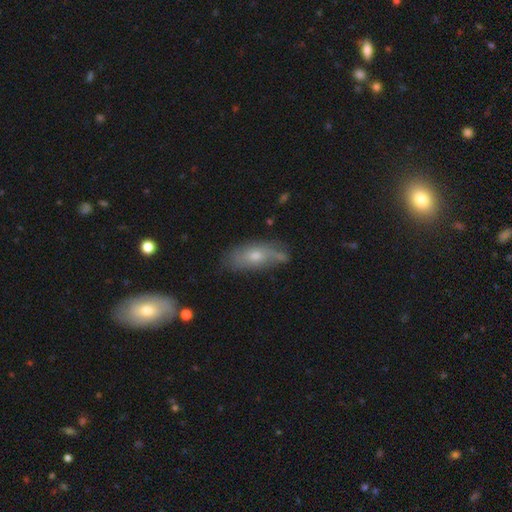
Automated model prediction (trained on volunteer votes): Smooth or featured: smooth — 53% (featured or disk — 39%)
How rounded: in between — 76% (cigar-shaped — 20%)
Merging: none — 59% (minor disturbance — 28%)